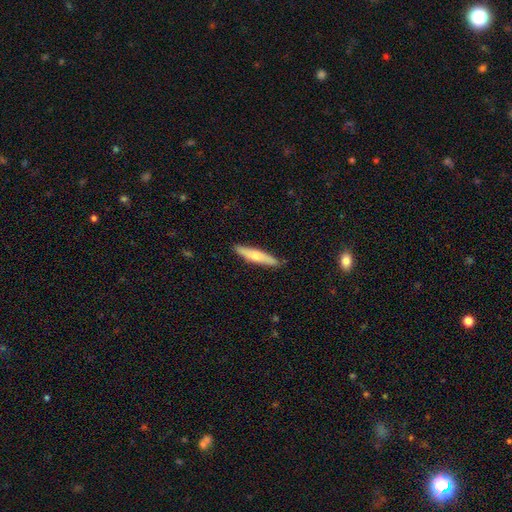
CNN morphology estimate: smooth 59%, featured or disk 35%, star or artifact 5%. Down the decision tree: how rounded — cigar-shaped (87%); merging — none (88%).